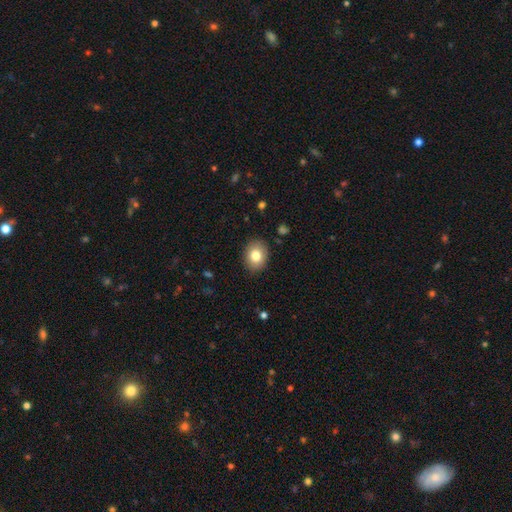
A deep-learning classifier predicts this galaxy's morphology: Smooth or featured?
  - smooth: 81% *
  - featured or disk: 10%
  - star or artifact: 9%
How rounded?
  - in between: 52% *
  - round: 48%
  - cigar-shaped: 1%
Merging?
  - none: 88% *
  - minor disturbance: 9%
  - major disturbance: 2%
  - merger: 1%